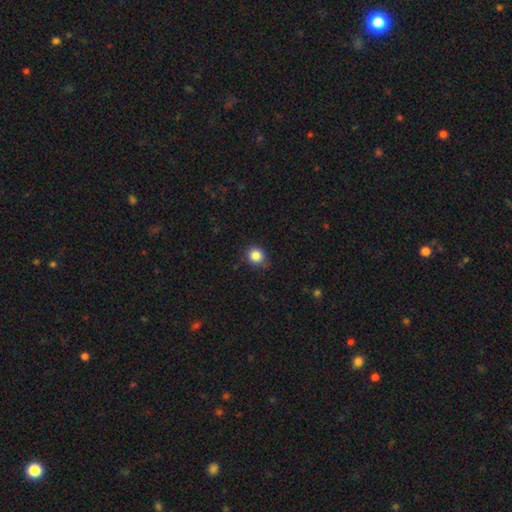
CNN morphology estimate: Smooth or featured?
  - smooth: 85% *
  - star or artifact: 11%
  - featured or disk: 5%
How rounded?
  - round: 81% *
  - in between: 18%
  - cigar-shaped: 1%
Merging?
  - none: 76% *
  - minor disturbance: 19%
  - major disturbance: 3%
  - merger: 1%